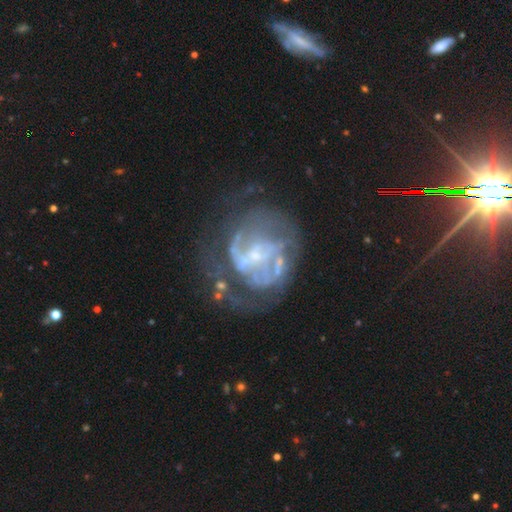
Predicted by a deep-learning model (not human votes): Smooth or featured? featured or disk (80%)
Edge-on disk? no (98%)
Bar? no (58%)
Spiral arms? yes (70%)
Spiral winding? medium (39%, tied with tight)
Spiral arm count? can't tell (41%)
Bulge size? small (67%)
Merging? none (47%)